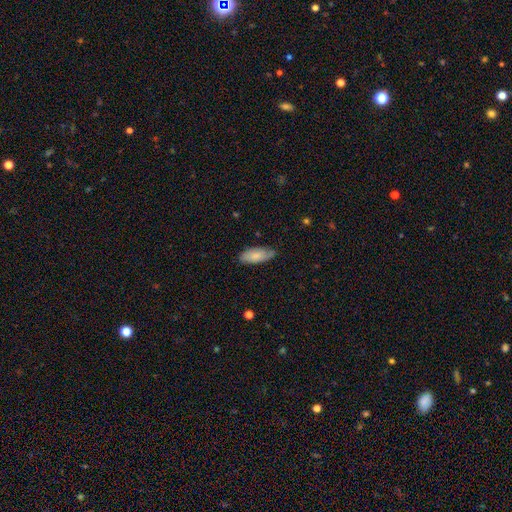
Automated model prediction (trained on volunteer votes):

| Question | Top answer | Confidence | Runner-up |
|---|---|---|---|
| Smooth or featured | smooth | 77% | featured or disk (17%) |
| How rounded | in between | 83% | cigar-shaped (15%) |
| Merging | none | 75% | minor disturbance (21%) |